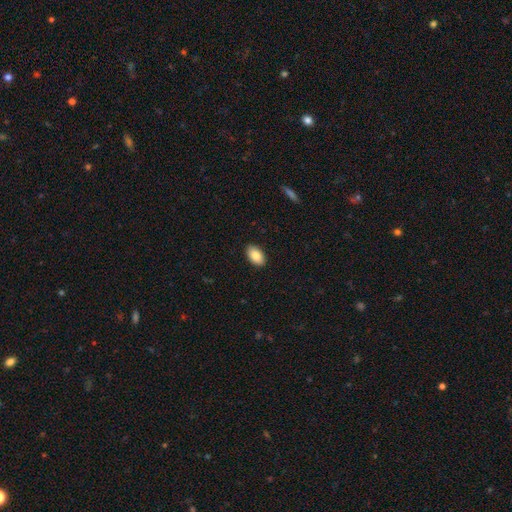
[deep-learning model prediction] A smooth galaxy with no disk features (87%) that is in between round and cigar-shaped (94%).

Vote fractions:
- Smooth or featured? smooth: 87% / star or artifact: 7% / featured or disk: 7%
- How rounded? in between: 94% / round: 5% / cigar-shaped: 1%
- Merging? none: 90% / minor disturbance: 7% / major disturbance: 2% / merger: 1%